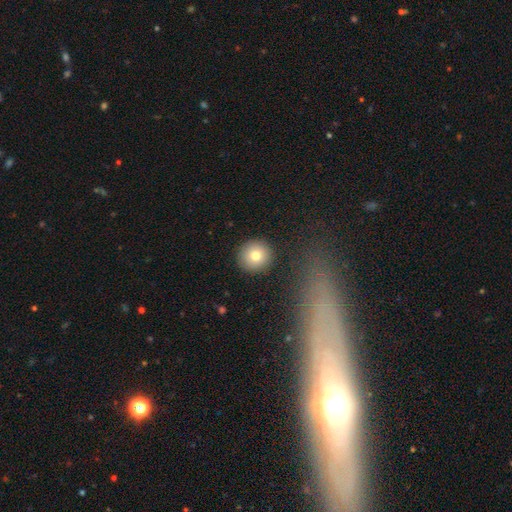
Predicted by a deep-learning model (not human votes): Smooth or featured: smooth — 79% (featured or disk — 11%)
How rounded: round — 93% (in between — 6%)
Merging: none — 91% (minor disturbance — 5%)